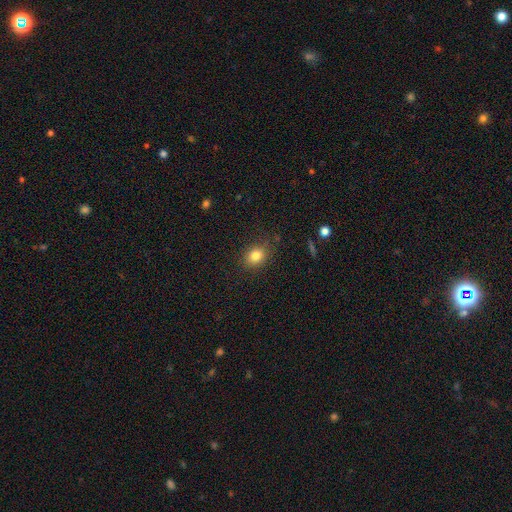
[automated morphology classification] smooth_or_featured: smooth (p=0.81) [alt: star or artifact p=0.11]
how_rounded: in between (p=0.50) [alt: round p=0.49]
merging: none (p=0.83) [alt: minor disturbance p=0.12]